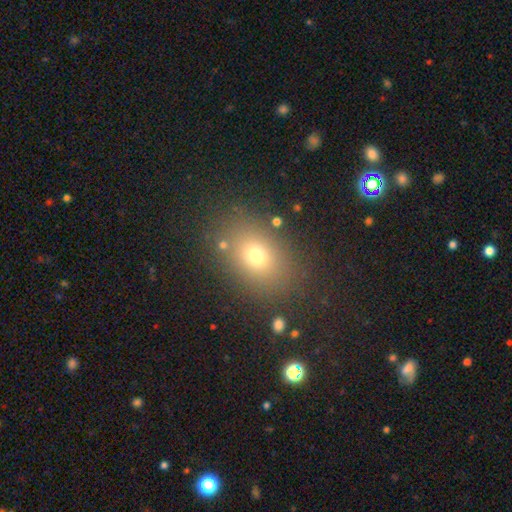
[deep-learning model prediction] This appears to be a smooth galaxy with no disk features (71%) that is in between round and cigar-shaped (68%). Merging: none (82%).